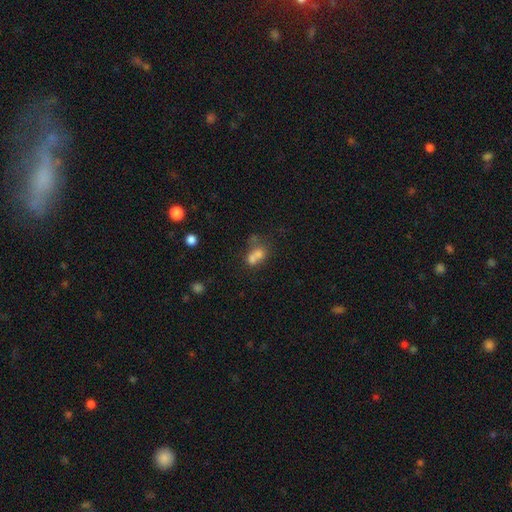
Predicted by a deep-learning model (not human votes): A smooth galaxy with no disk features (64%) that is round (60%).

Vote fractions:
- Smooth or featured? smooth: 64% / featured or disk: 21% / star or artifact: 14%
- How rounded? round: 60% / in between: 38% / cigar-shaped: 1%
- Merging? merger: 63% / none: 24% / minor disturbance: 7% / major disturbance: 6%